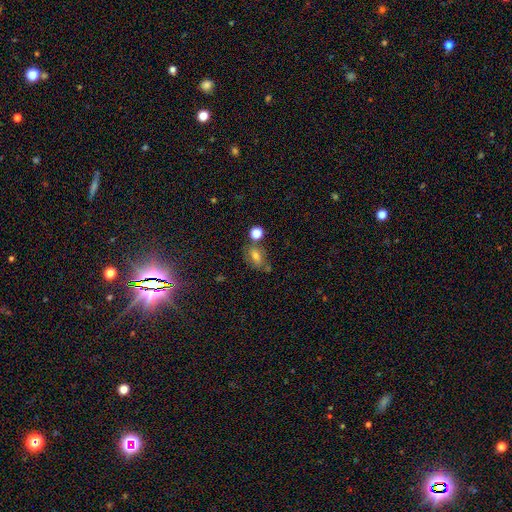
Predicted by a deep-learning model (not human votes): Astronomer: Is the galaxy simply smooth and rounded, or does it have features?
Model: smooth — 66%.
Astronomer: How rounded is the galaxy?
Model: in between — 73%.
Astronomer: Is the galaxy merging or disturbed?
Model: none — 59%.